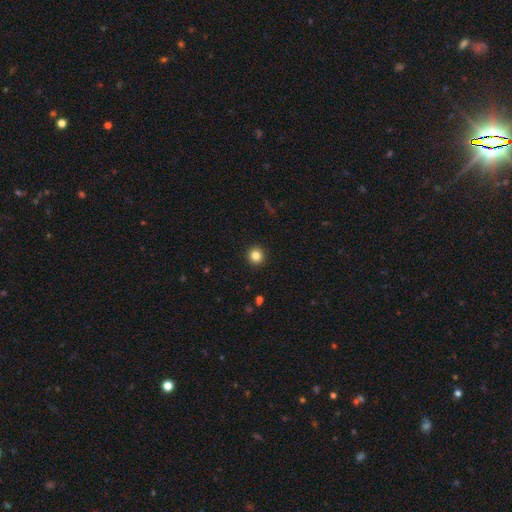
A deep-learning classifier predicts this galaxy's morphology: Smooth or featured? smooth (84%)
How rounded? round (94%)
Merging? none (93%)